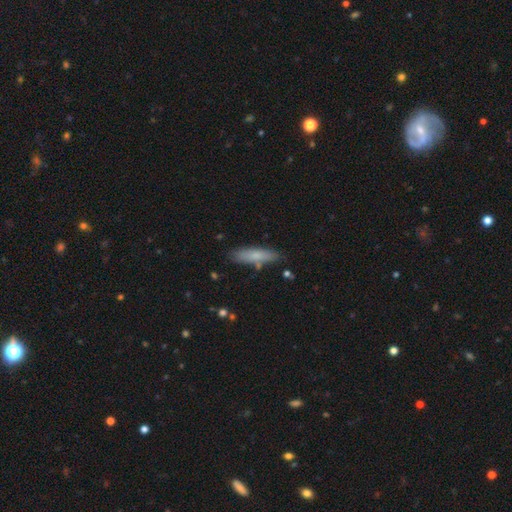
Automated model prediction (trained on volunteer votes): smooth_or_featured: smooth (p=0.73) [alt: featured or disk p=0.20]
how_rounded: cigar-shaped (p=0.69) [alt: in between p=0.29]
merging: none (p=0.79) [alt: minor disturbance p=0.15]